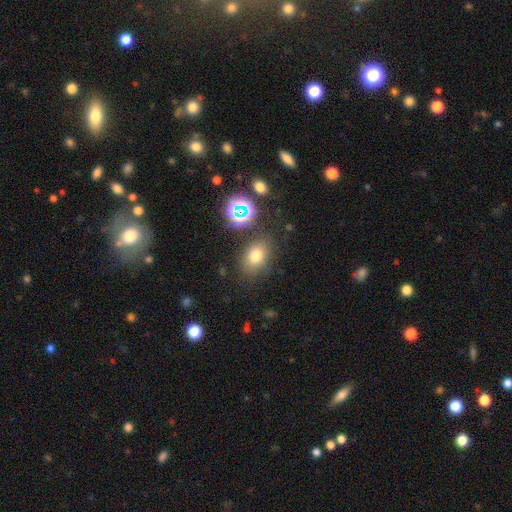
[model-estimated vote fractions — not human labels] Overall: smooth (72%). How rounded: in between (71%). Merging: none (79%).